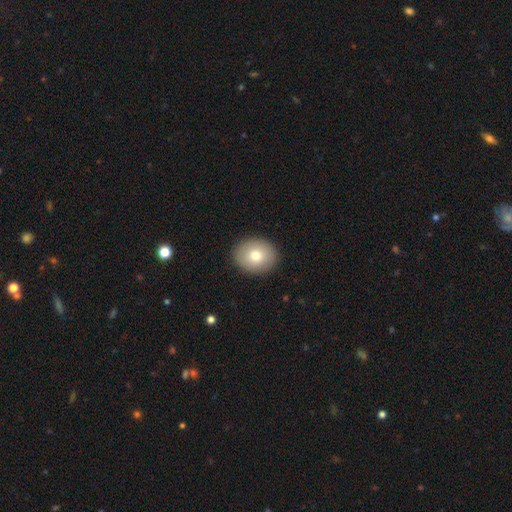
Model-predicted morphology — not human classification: A smooth galaxy with no disk features (77%) that is round (57%). Merging: none (90%).